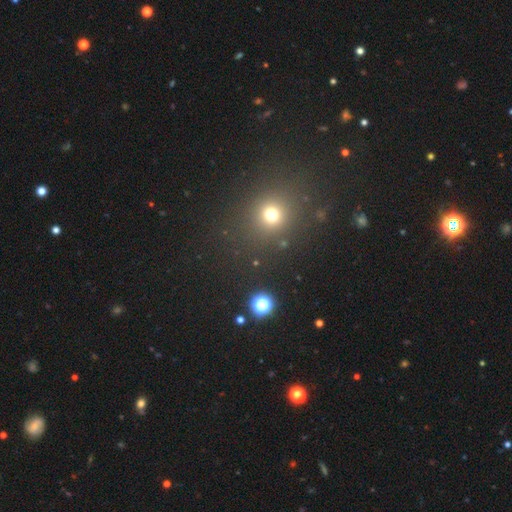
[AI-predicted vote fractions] The model was most divided on "smooth or featured": smooth: 49%, star or artifact: 44%, featured or disk: 7%. More confident: merging — none (89%).